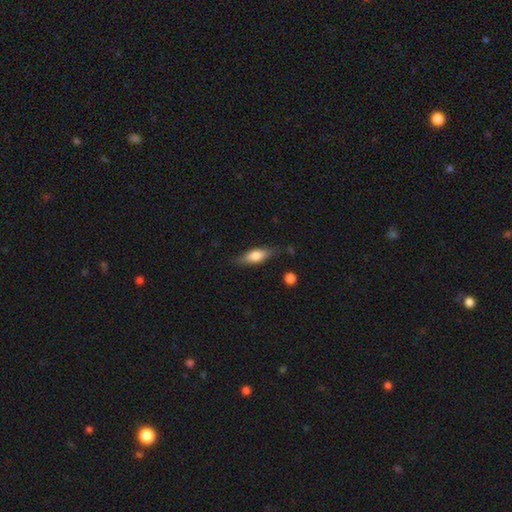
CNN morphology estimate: type=smooth (68%); roundness=in between (63%); merging=none (77%).